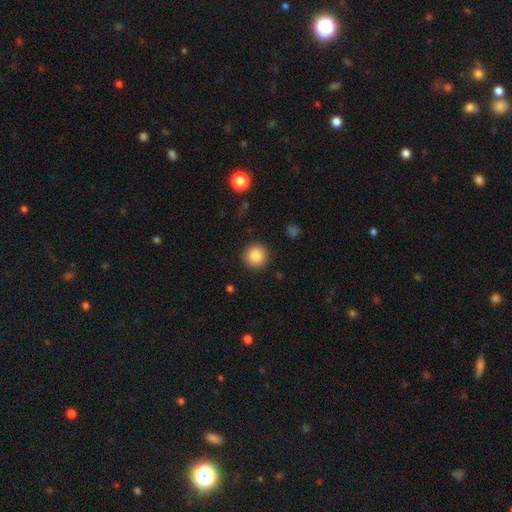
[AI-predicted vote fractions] A smooth galaxy with no disk features (87%) that is round (95%).

Vote fractions:
- Smooth or featured? smooth: 87% / star or artifact: 9% / featured or disk: 5%
- How rounded? round: 95% / in between: 4% / cigar-shaped: 1%
- Merging? none: 91% / minor disturbance: 5% / major disturbance: 2% / merger: 1%